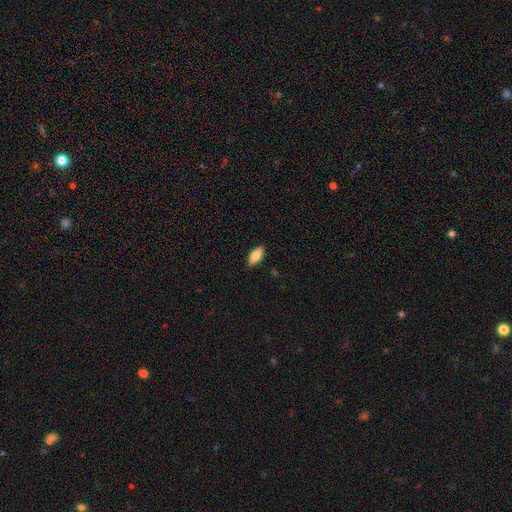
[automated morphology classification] Smooth or featured: smooth — 81% (featured or disk — 12%)
How rounded: in between — 85% (cigar-shaped — 13%)
Merging: none — 87% (minor disturbance — 10%)